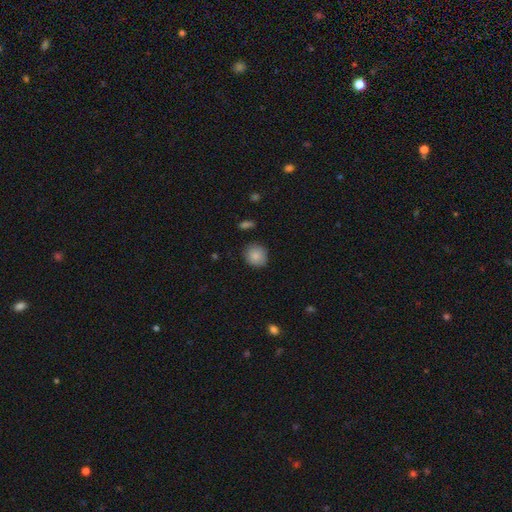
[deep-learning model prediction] This appears to be a smooth galaxy with no disk features (87%) that is round (87%). Merging: none (84%).